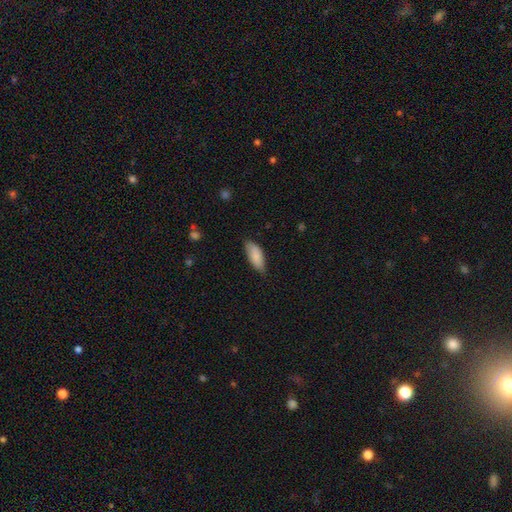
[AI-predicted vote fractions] Q: Smooth or featured?
A: smooth (86%); runner-up: featured or disk (8%)
Q: How rounded?
A: in between (81%); runner-up: cigar-shaped (17%)
Q: Merging?
A: none (72%); runner-up: minor disturbance (23%)